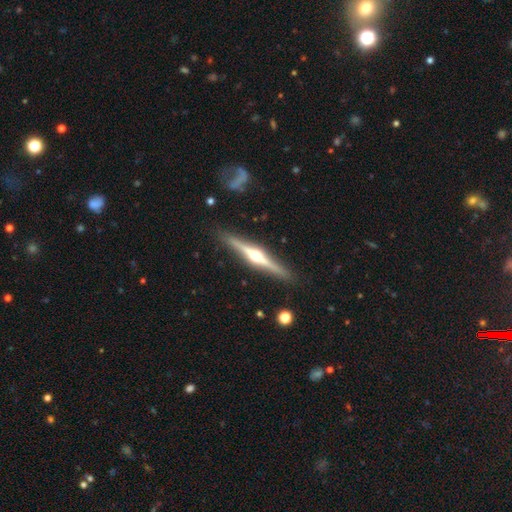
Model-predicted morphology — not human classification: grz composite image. It shows a featured or disk galaxy (82%) viewed edge-on (98%) with a rounded central bulge (94%). Merging: none (90%).